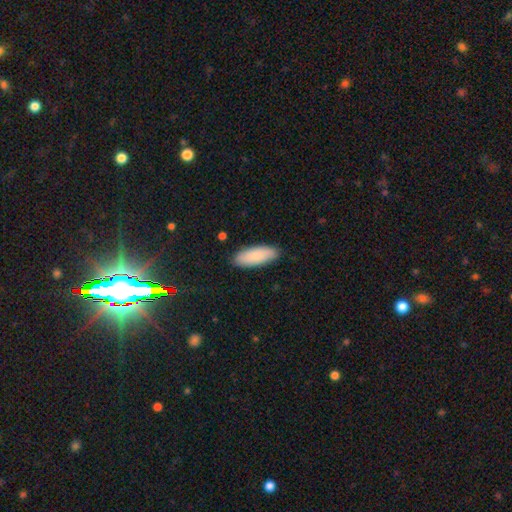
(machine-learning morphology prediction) Smooth or featured: smooth — 85% (featured or disk — 9%)
How rounded: in between — 72% (cigar-shaped — 27%)
Merging: none — 88% (minor disturbance — 9%)